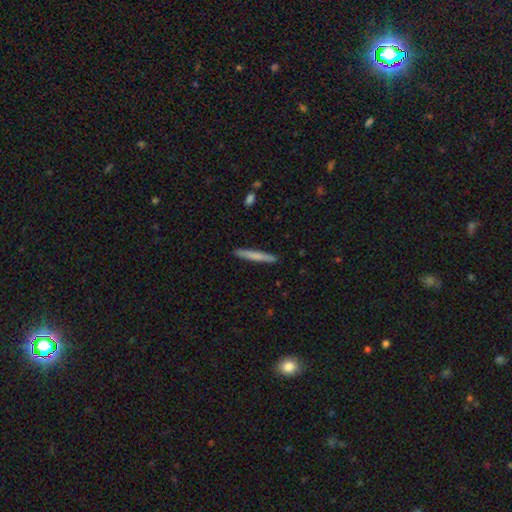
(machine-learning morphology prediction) A smooth galaxy with no disk features (72%) that is cigar-shaped (96%).

Vote fractions:
- Smooth or featured? smooth: 72% / featured or disk: 23% / star or artifact: 5%
- How rounded? cigar-shaped: 96% / in between: 3% / round: 1%
- Merging? none: 91% / minor disturbance: 7% / major disturbance: 1% / merger: 1%